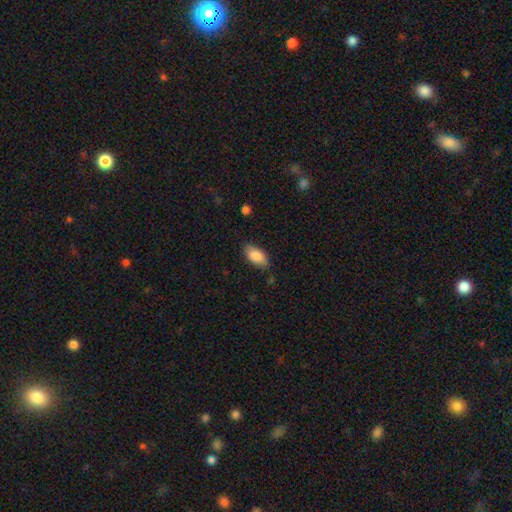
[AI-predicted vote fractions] This is clearly a smooth galaxy (86%). How rounded: clearly in between (92%). Merging: likely none (77%).